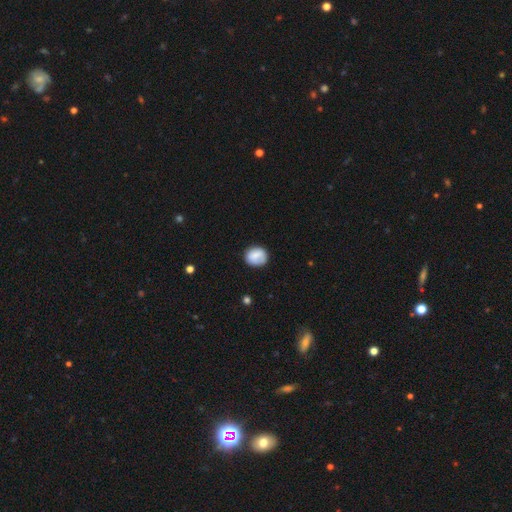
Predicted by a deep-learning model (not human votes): A smooth galaxy with no disk features (80%) that is round (72%). Merging: none (79%).